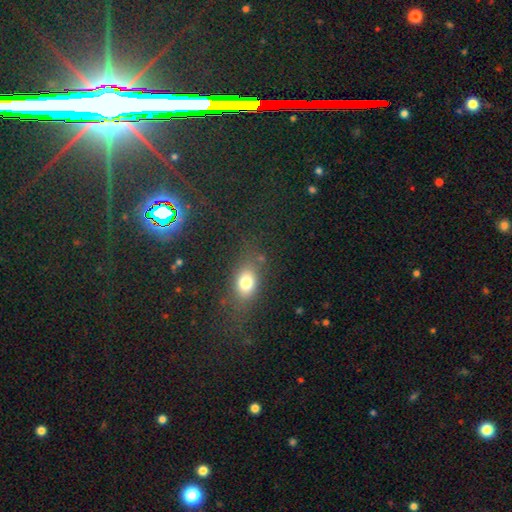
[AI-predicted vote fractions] Smooth or featured? Predicted: smooth (p=0.55). How rounded? Predicted: in between (p=0.66). Merging? Predicted: none (p=0.79).